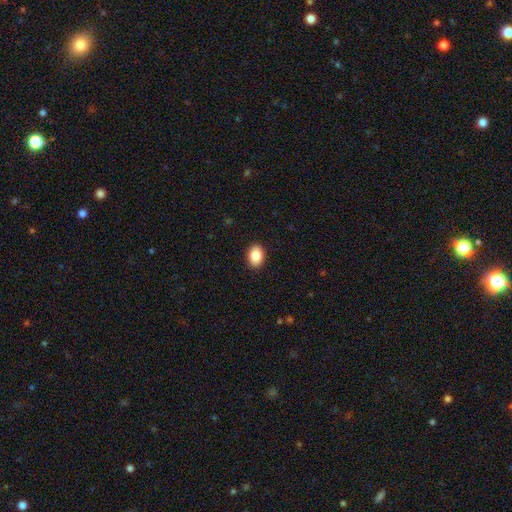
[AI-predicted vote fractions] Smooth or featured? smooth (87%)
How rounded? in between (79%)
Merging? none (91%)